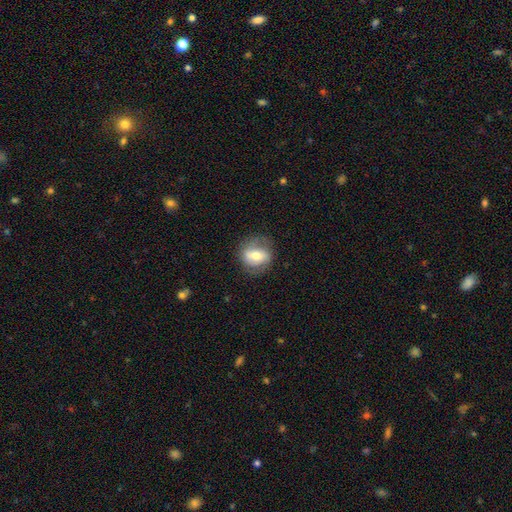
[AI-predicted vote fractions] Smooth or featured? smooth (53%)
How rounded? round (57%)
Merging? none (75%)